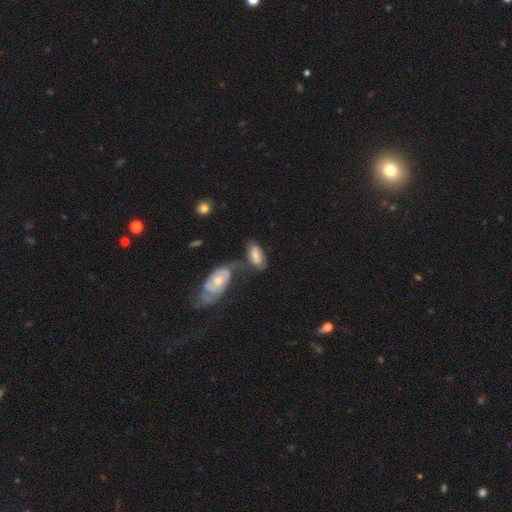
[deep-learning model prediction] smooth_or_featured: smooth (p=0.56) [alt: featured or disk p=0.36]
how_rounded: in between (p=0.89) [alt: cigar-shaped p=0.08]
merging: none (p=0.35) [alt: merger p=0.33]